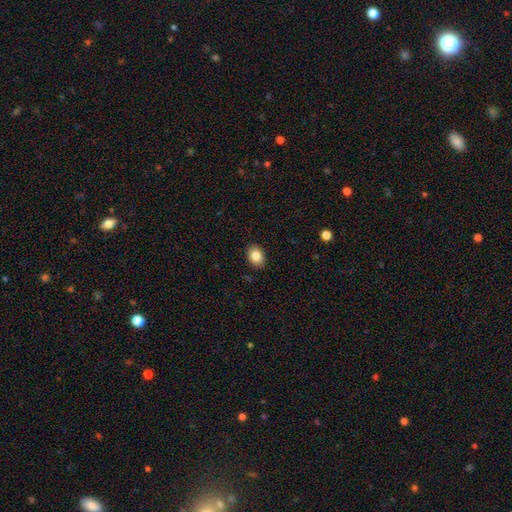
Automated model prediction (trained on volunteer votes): Smooth or featured? Predicted: smooth (p=0.85). How rounded? Predicted: in between (p=0.70). Merging? Predicted: none (p=0.89).